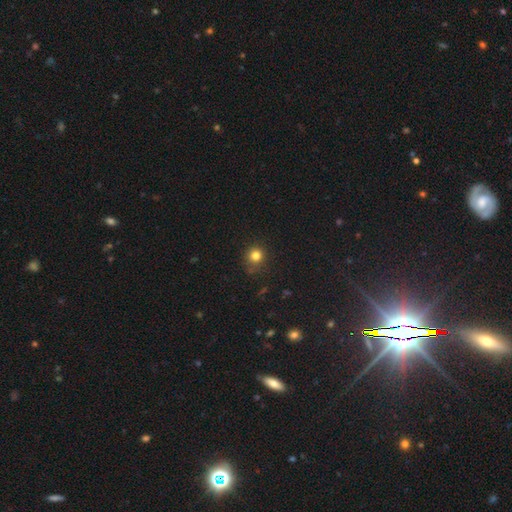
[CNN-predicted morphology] This appears to be a smooth galaxy with no disk features (81%) that is round (92%). Merging: none (84%).